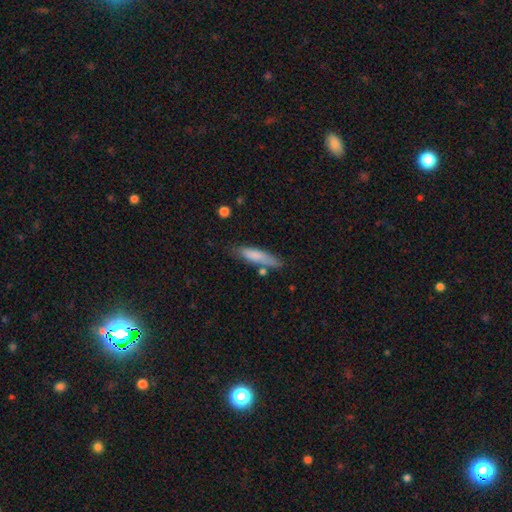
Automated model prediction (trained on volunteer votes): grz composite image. It shows a smooth galaxy with no disk features (77%) that is cigar-shaped (76%). Merging: none (70%).